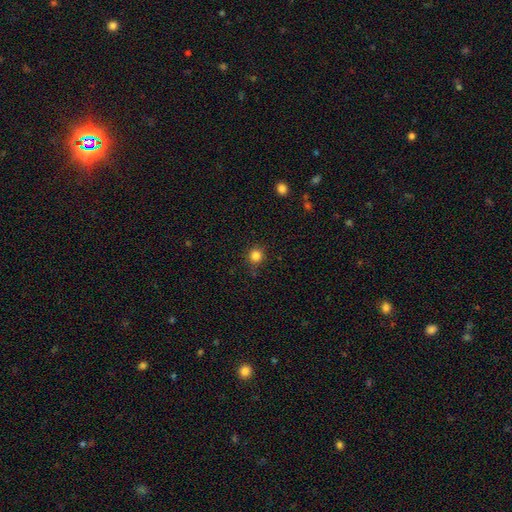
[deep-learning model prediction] Q: Smooth or featured?
A: smooth (84%); runner-up: star or artifact (12%)
Q: How rounded?
A: round (92%); runner-up: in between (7%)
Q: Merging?
A: none (86%); runner-up: minor disturbance (10%)